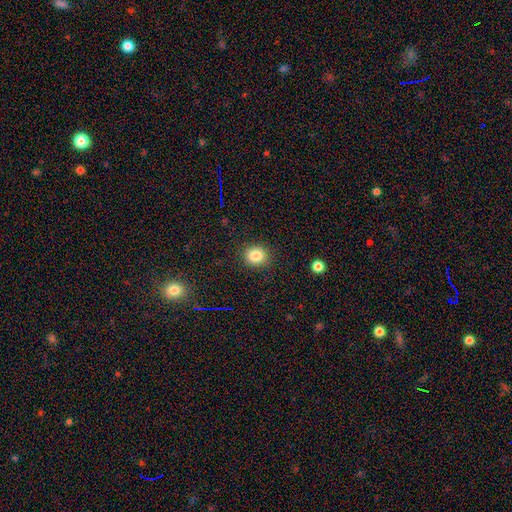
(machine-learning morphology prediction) A smooth galaxy with no disk features (84%) that is round (77%). Merging: none (89%).